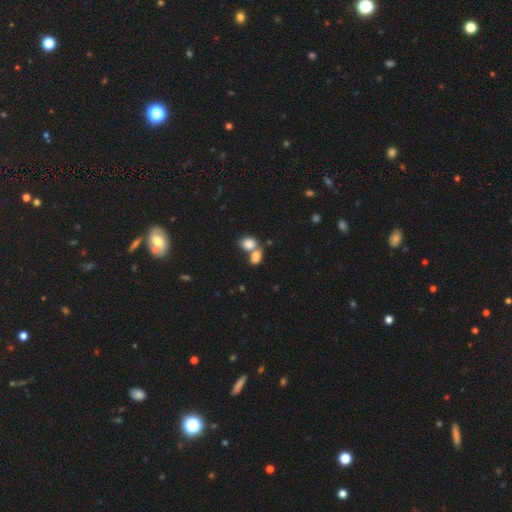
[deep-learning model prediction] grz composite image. It shows a smooth galaxy with no disk features (81%) that is in between round and cigar-shaped (72%). Merging: merger (59%).